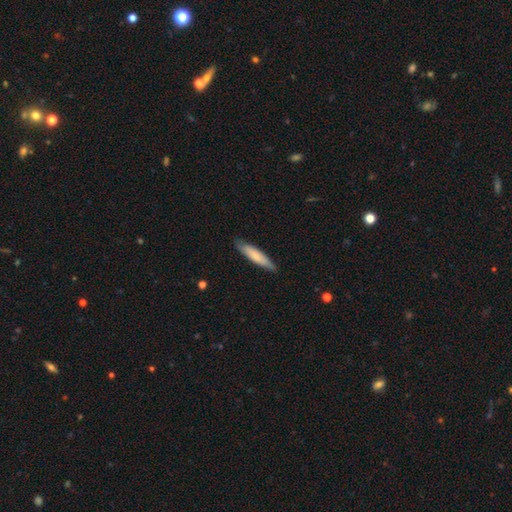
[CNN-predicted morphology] Q: Smooth or featured?
A: smooth (73%); runner-up: featured or disk (22%)
Q: How rounded?
A: cigar-shaped (81%); runner-up: in between (18%)
Q: Merging?
A: none (84%); runner-up: minor disturbance (13%)